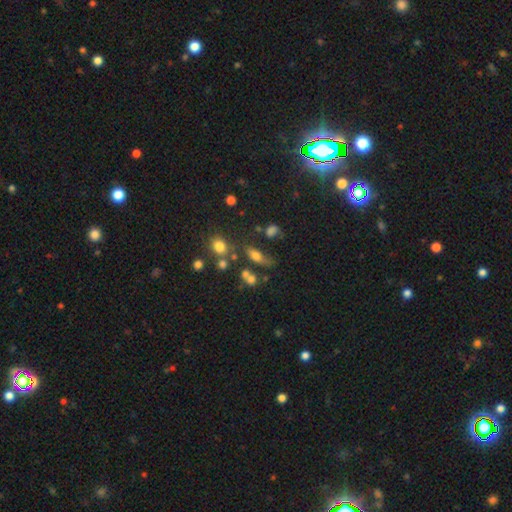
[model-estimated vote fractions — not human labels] Morphology: type=smooth (63%); roundness=in between (62%); merging=none (47%).